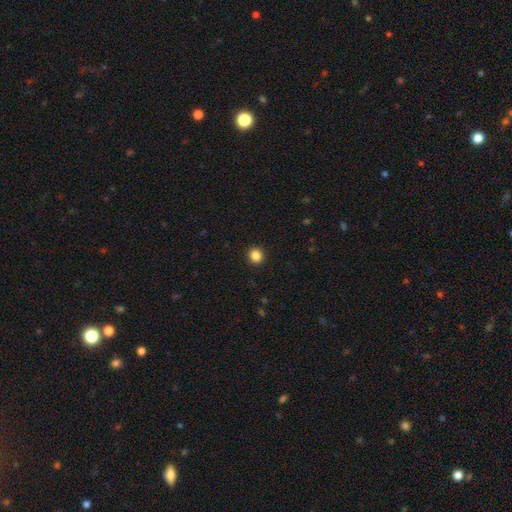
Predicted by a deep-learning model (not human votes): smooth 86%, star or artifact 11%, featured or disk 4%. Down the decision tree: how rounded — round (85%); merging — none (92%).